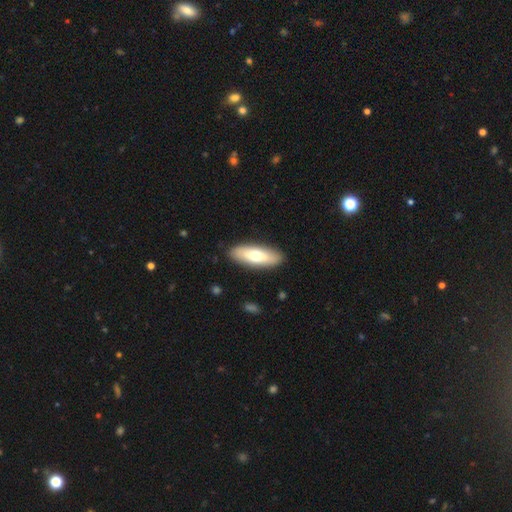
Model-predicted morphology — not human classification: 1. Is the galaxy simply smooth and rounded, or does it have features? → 64% smooth, 31% featured or disk, 5% star or artifact.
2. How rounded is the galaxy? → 62% in between, 36% cigar-shaped, 2% round.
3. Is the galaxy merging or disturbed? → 88% none, 8% minor disturbance, 2% major disturbance, 1% merger.